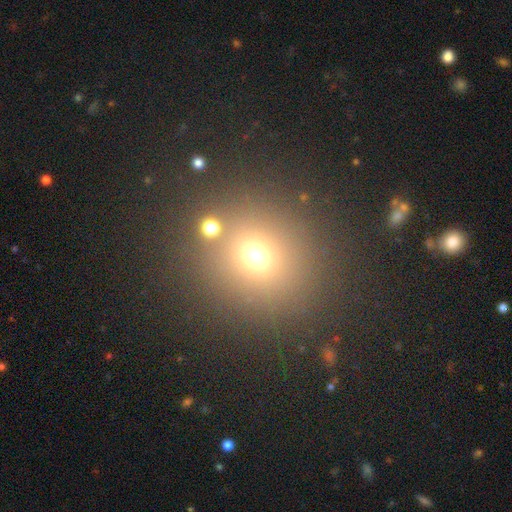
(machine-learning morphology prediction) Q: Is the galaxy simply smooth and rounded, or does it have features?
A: smooth — 67%.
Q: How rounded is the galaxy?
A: round — 84%.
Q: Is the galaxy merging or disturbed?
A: none — 81%.